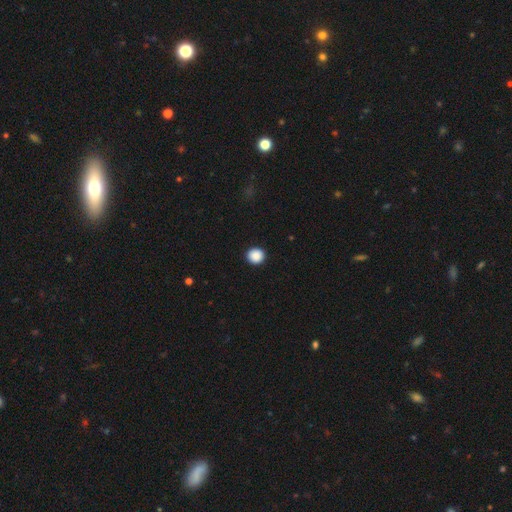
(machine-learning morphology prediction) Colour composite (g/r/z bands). It shows a smooth galaxy with no disk features (89%) that is round (92%). Merging: none (93%).